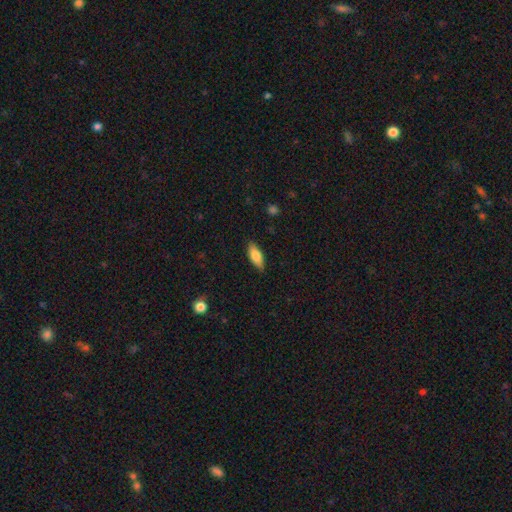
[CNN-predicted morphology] A smooth galaxy with no disk features (79%) that is in between round and cigar-shaped (73%). Merging: none (85%).